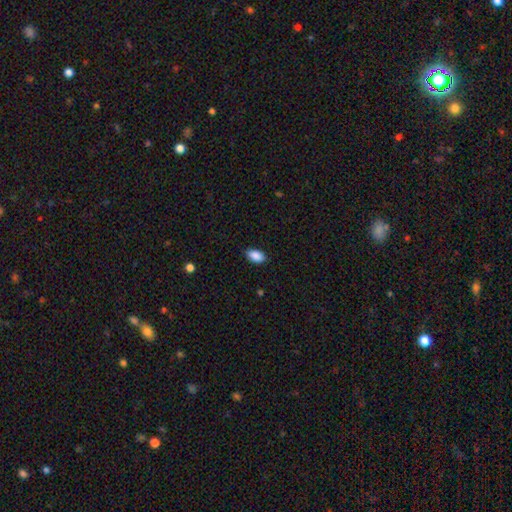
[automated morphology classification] smooth 89%, star or artifact 7%, featured or disk 3%. Down the decision tree: how rounded — in between (94%); merging — none (87%).